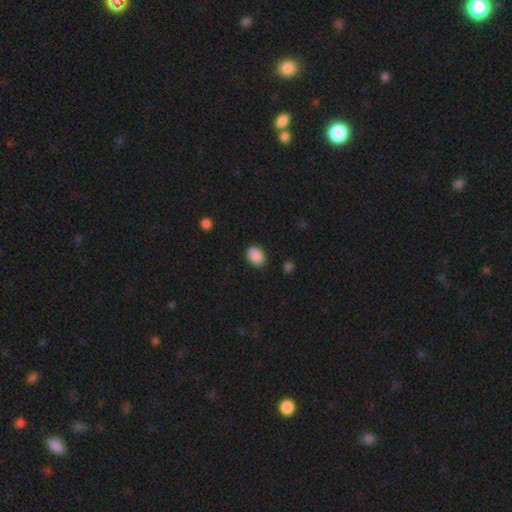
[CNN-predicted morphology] Q: Smooth or featured?
A: smooth (89%); runner-up: star or artifact (8%)
Q: How rounded?
A: in between (79%); runner-up: round (20%)
Q: Merging?
A: none (86%); runner-up: minor disturbance (10%)